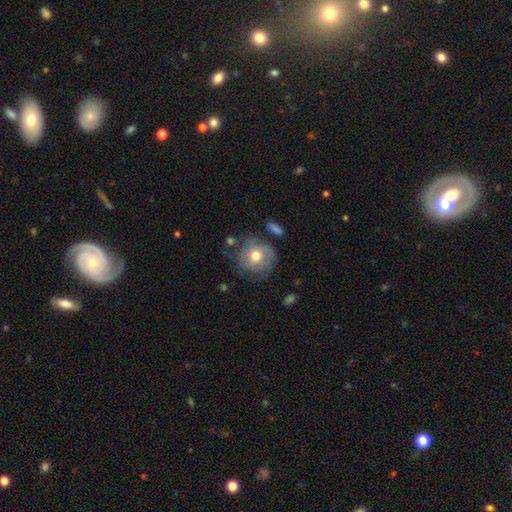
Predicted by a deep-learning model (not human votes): Morphology: type=smooth (57%); roundness=round (89%); merging=none (64%).